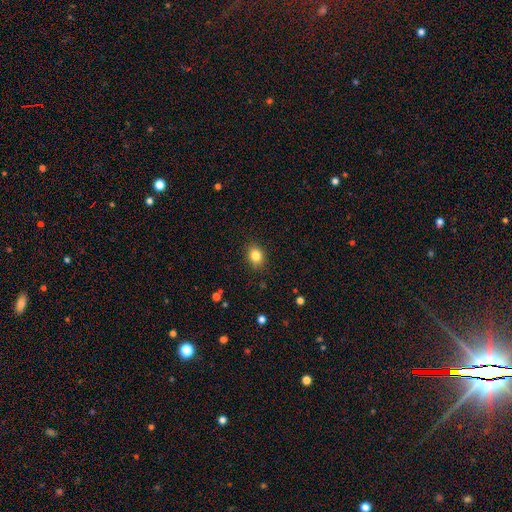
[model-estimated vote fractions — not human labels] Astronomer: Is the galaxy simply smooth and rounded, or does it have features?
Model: smooth — 83%.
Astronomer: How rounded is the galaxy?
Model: round — 53% (runner-up: in between, 46%).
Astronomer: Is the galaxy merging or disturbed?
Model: none — 87%.